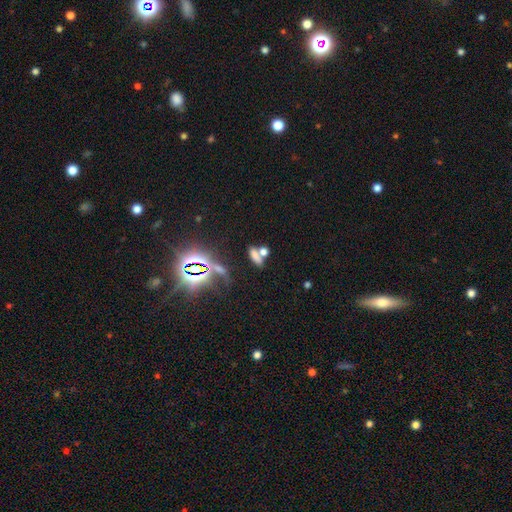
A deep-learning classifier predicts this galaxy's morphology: smooth_or_featured: smooth (p=0.61) [alt: star or artifact p=0.25]
how_rounded: in between (p=0.66) [alt: cigar-shaped p=0.22]
merging: merger (p=0.44) [alt: none p=0.39]